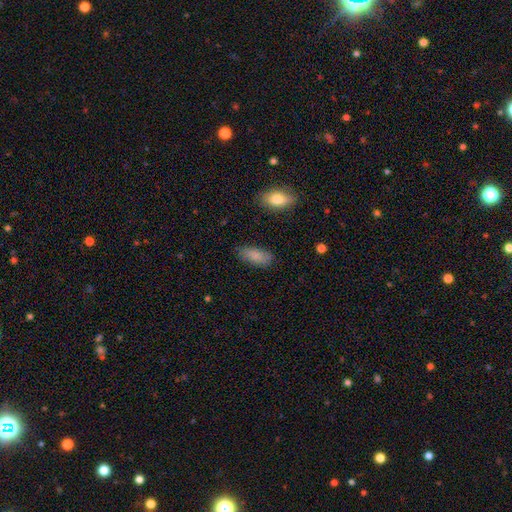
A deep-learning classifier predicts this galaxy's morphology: This is clearly a smooth galaxy (85%). How rounded: clearly in between (86%). Merging: likely none (79%).